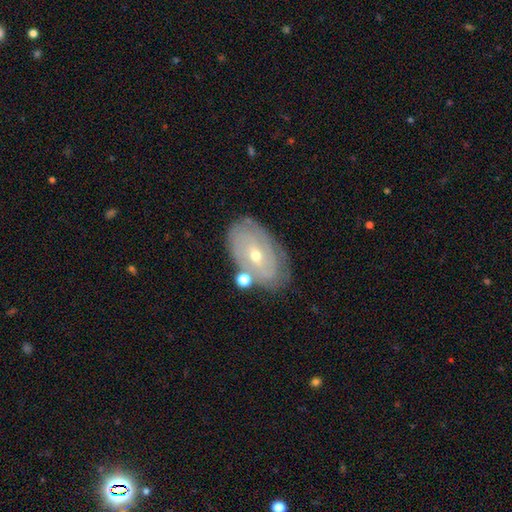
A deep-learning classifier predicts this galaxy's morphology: The model was most divided on "bulge size": small: 57%, moderate: 40%, large: 1%, none: 1%, dominant: 1%. More confident: edge-on disk — no (93%); spiral arms — yes (79%); spiral winding — tight (76%); smooth or featured — featured or disk (72%); merging — none (72%); bar — no (65%); spiral arm count — can't tell (53%).